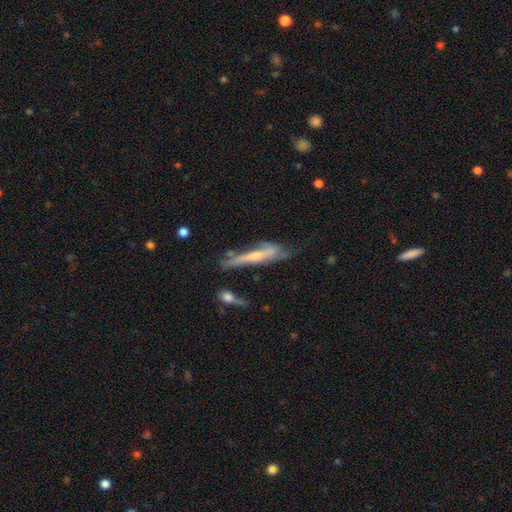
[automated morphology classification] Q: Smooth or featured?
A: featured or disk (62%); runner-up: smooth (30%)
Q: Edge-on disk?
A: yes (64%); runner-up: no (36%)
Q: Merging?
A: none (41%); runner-up: minor disturbance (28%)